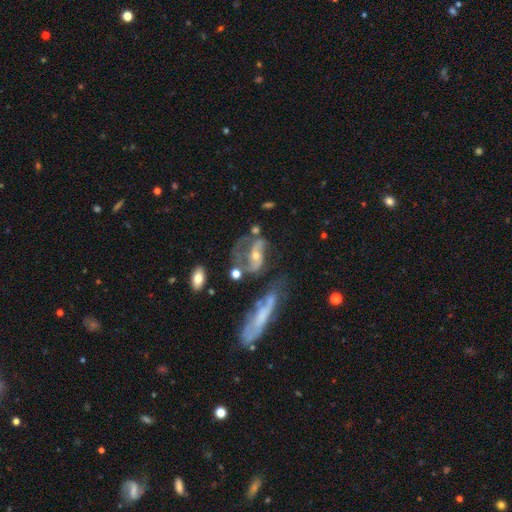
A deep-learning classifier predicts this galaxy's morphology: A featured or disk galaxy (75%) with no bar (48%), 2 (70%) loose (46%) spiral arms (80%) and a small central bulge (47%). Merging: major disturbance (33%).